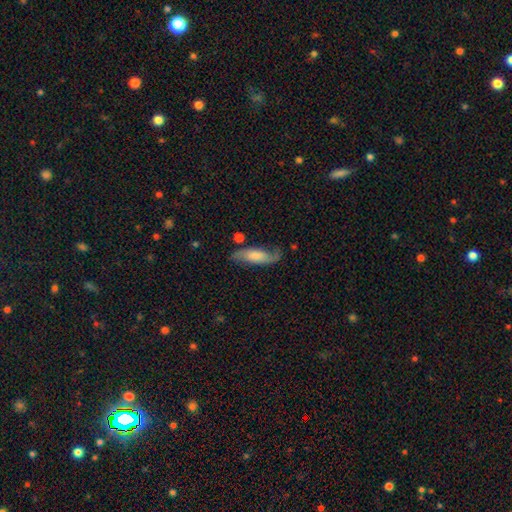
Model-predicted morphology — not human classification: The model was most divided on "smooth or featured": featured or disk: 51%, smooth: 42%, star or artifact: 7%. More confident: edge-on disk — no (82%); merging — none (63%).